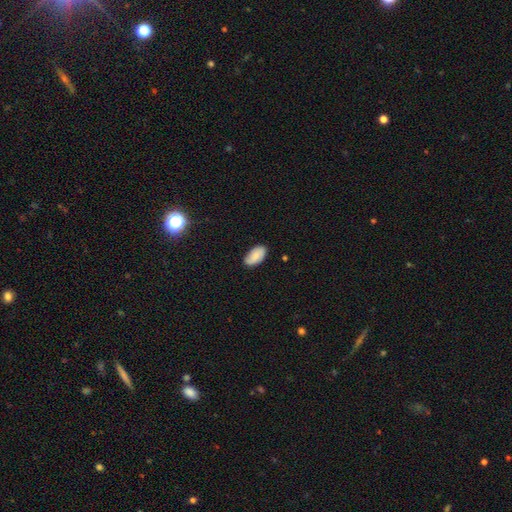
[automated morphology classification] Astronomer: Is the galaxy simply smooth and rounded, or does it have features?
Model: smooth — 75%.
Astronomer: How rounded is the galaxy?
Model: in between — 95%.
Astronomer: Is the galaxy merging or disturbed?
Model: none — 79%.